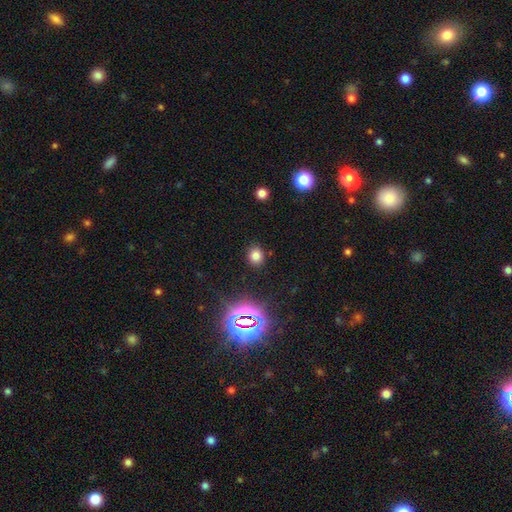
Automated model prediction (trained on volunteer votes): smooth-or-featured: smooth: 74% | star or artifact: 19% | featured or disk: 6%
  how-rounded: round: 69% | in between: 30% | cigar-shaped: 1%
  merging: none: 87% | minor disturbance: 8% | major disturbance: 3% | merger: 2%